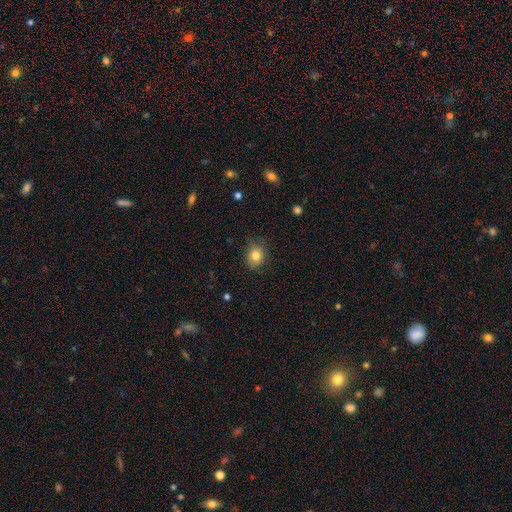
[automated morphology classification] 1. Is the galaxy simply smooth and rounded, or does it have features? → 81% smooth, 10% star or artifact, 9% featured or disk.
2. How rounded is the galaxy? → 61% round, 38% in between, 1% cigar-shaped.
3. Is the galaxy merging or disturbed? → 77% none, 18% minor disturbance, 4% major disturbance, 1% merger.